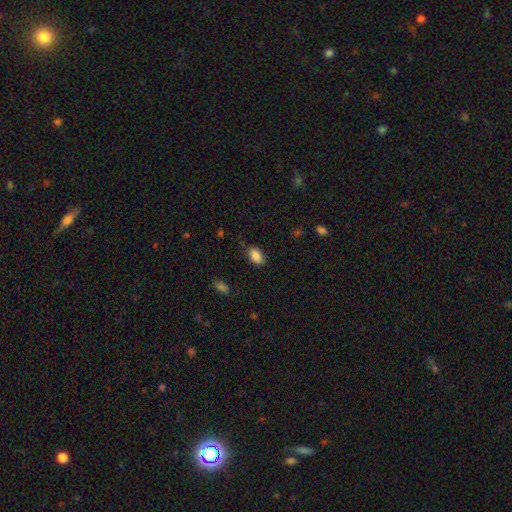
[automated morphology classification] Overall: smooth (87%). How rounded: in between (90%). Merging: none (78%).